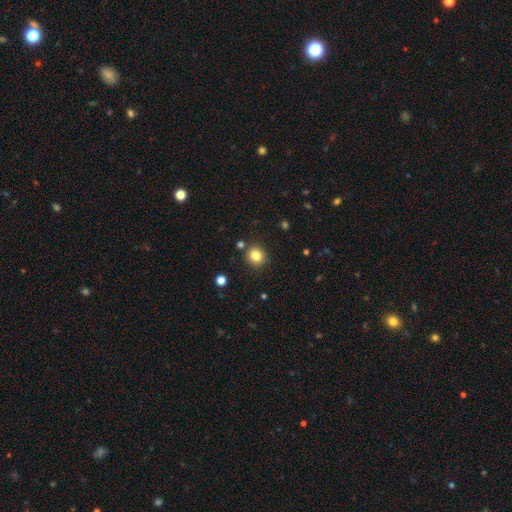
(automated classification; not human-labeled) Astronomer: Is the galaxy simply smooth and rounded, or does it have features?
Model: smooth — 83%.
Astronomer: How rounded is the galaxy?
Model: round — 86%.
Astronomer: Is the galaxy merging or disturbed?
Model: none — 86%.